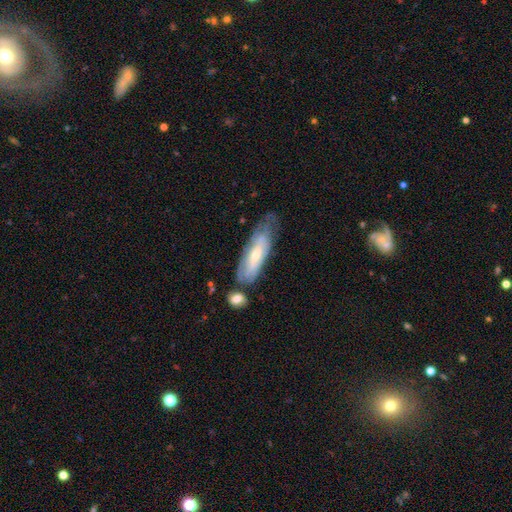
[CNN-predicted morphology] Overall: featured or disk (54%; smooth 39%). Edge-on disk: no (69%; yes 31%). Merging: none (54%; minor disturbance 26%).